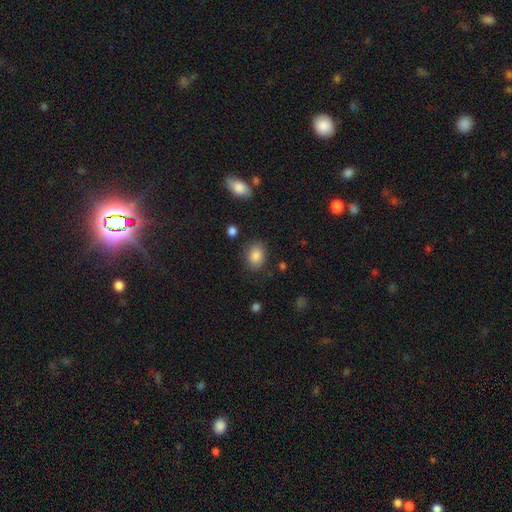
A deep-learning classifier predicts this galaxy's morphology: This is clearly a smooth galaxy (86%). How rounded: likely in between (61%). Merging: clearly none (81%).